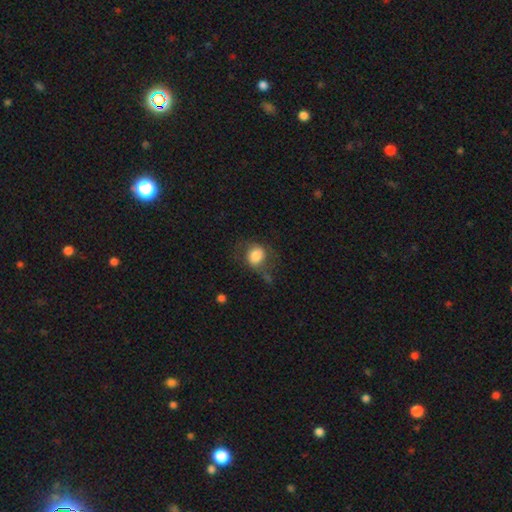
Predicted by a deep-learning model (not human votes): Q: Smooth or featured?
A: smooth (73%); runner-up: featured or disk (19%)
Q: How rounded?
A: round (64%); runner-up: in between (35%)
Q: Merging?
A: none (46%); runner-up: minor disturbance (27%)